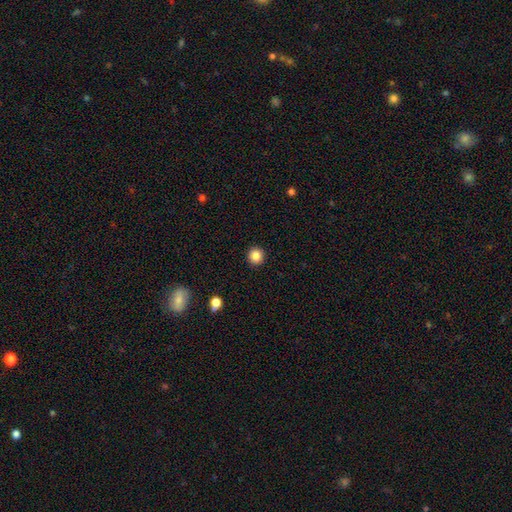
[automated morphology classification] A smooth galaxy with no disk features (85%) that is round (94%). Merging: none (93%).